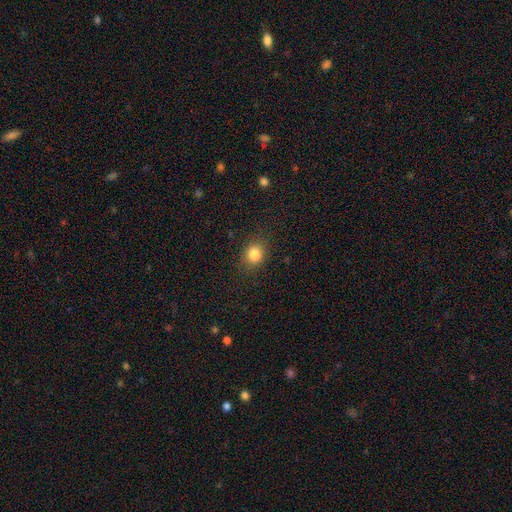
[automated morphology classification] This is clearly a smooth galaxy (83%). How rounded: likely round (64%). Merging: clearly none (82%).